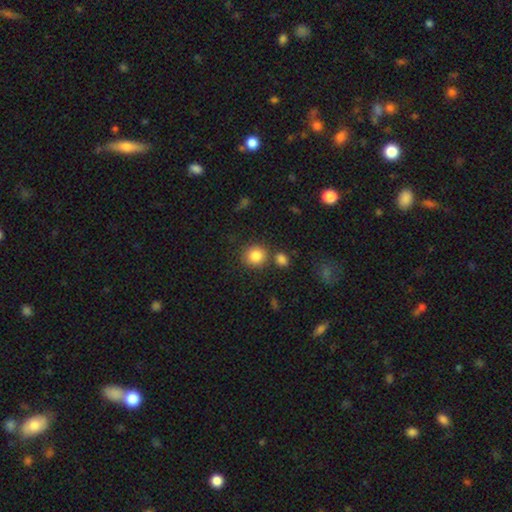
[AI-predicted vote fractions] Smooth or featured?
  - smooth: 85% *
  - star or artifact: 9%
  - featured or disk: 5%
How rounded?
  - round: 85% *
  - in between: 14%
  - cigar-shaped: 1%
Merging?
  - none: 75% *
  - merger: 12%
  - minor disturbance: 9%
  - major disturbance: 3%